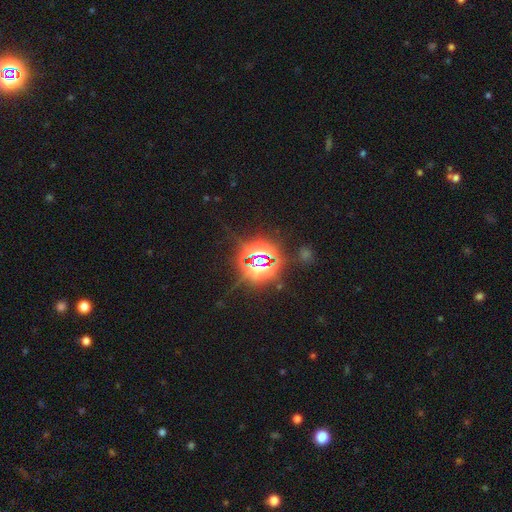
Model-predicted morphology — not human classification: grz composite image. It shows a star or artifact, not a galaxy (81%).